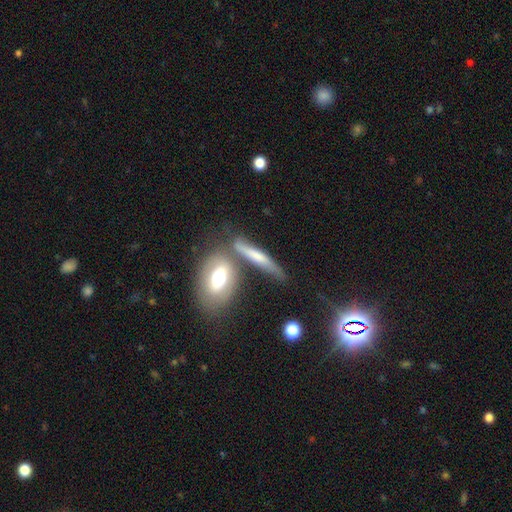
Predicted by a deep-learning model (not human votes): Smooth or featured? Predicted: smooth (p=0.52). How rounded? Predicted: cigar-shaped (p=0.78). Merging? Predicted: none (p=0.55).